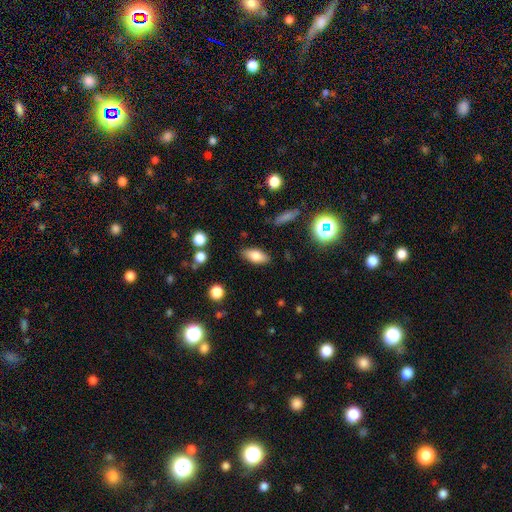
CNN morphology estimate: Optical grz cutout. It shows a smooth galaxy with no disk features (77%) that is in between round and cigar-shaped (85%). Merging: none (85%).